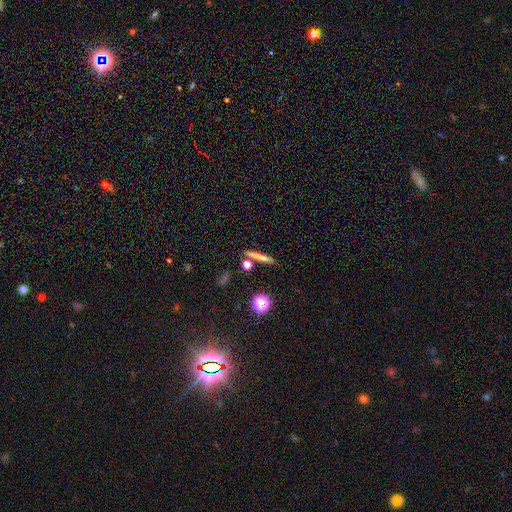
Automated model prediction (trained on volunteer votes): This is possibly a smooth galaxy (52%). How rounded: clearly cigar-shaped (82%). Merging: clearly none (86%).